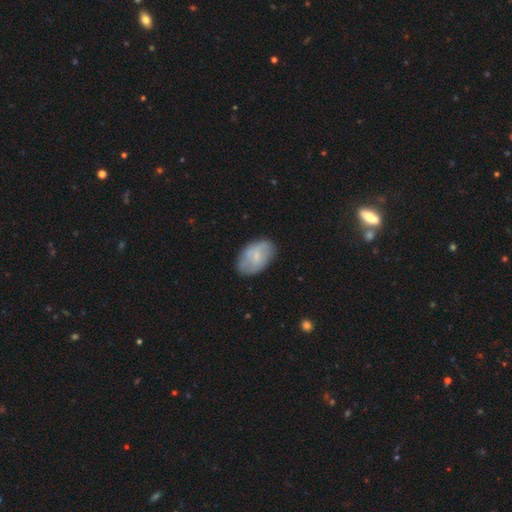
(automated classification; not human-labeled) Smooth or featured? smooth (63%)
How rounded? in between (90%)
Merging? none (74%)